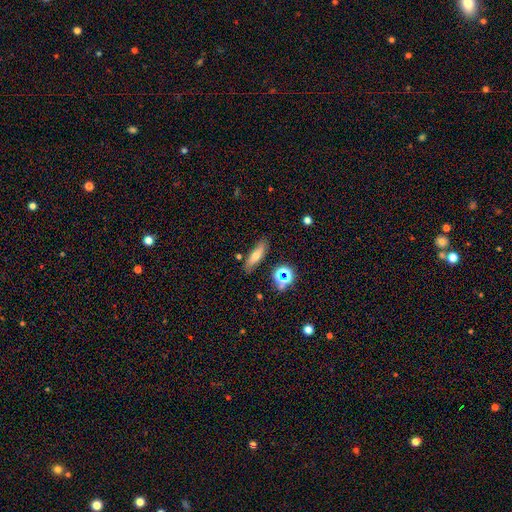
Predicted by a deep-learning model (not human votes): smooth 60%, featured or disk 26%, star or artifact 14%. Down the decision tree: how rounded — cigar-shaped (51%); merging — none (79%).